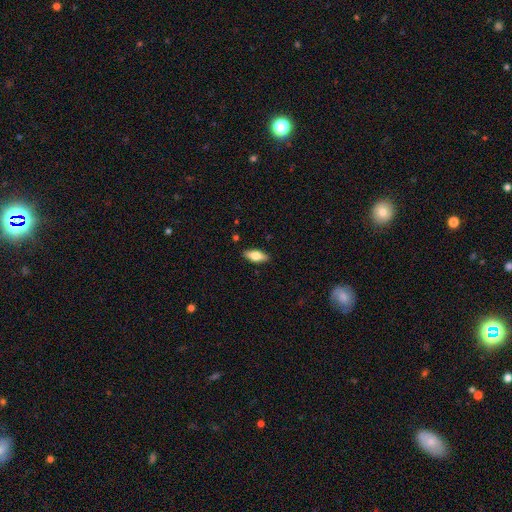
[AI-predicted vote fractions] Smooth or featured: smooth — 70% (featured or disk — 24%)
How rounded: in between — 78% (cigar-shaped — 20%)
Merging: none — 88% (minor disturbance — 9%)